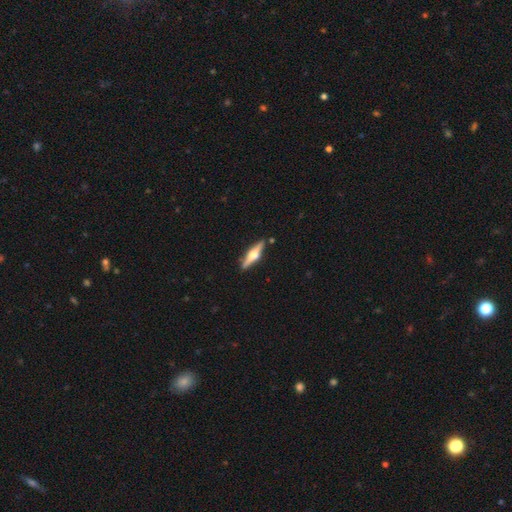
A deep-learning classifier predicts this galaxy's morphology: Q: Smooth or featured?
A: featured or disk (72%); runner-up: smooth (22%)
Q: Edge-on disk?
A: yes (97%); runner-up: no (3%)
Q: Edge-on bulge?
A: rounded (94%); runner-up: boxy (4%)
Q: Merging?
A: none (88%); runner-up: minor disturbance (8%)